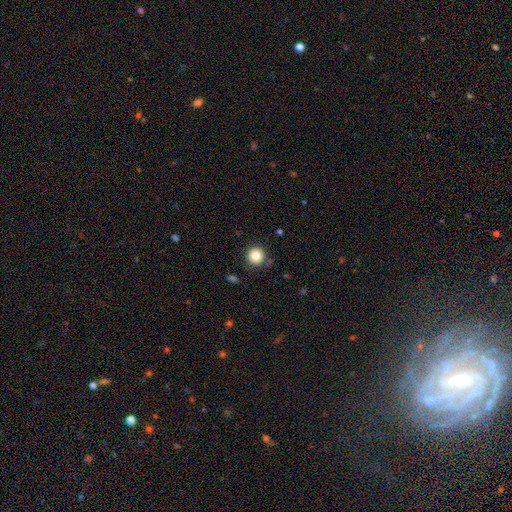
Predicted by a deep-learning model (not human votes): Smooth or featured?
  - smooth: 83% *
  - star or artifact: 10%
  - featured or disk: 6%
How rounded?
  - round: 95% *
  - in between: 4%
  - cigar-shaped: 1%
Merging?
  - none: 86% *
  - minor disturbance: 9%
  - merger: 3%
  - major disturbance: 3%